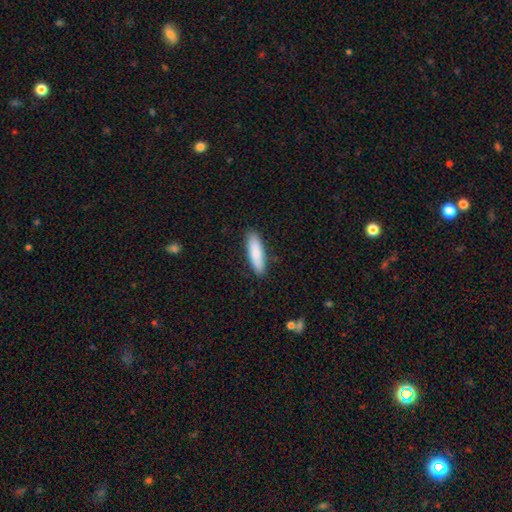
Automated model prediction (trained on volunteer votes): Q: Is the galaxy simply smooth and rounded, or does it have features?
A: smooth — 86%.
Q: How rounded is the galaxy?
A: cigar-shaped — 65%.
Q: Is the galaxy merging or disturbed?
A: none — 89%.